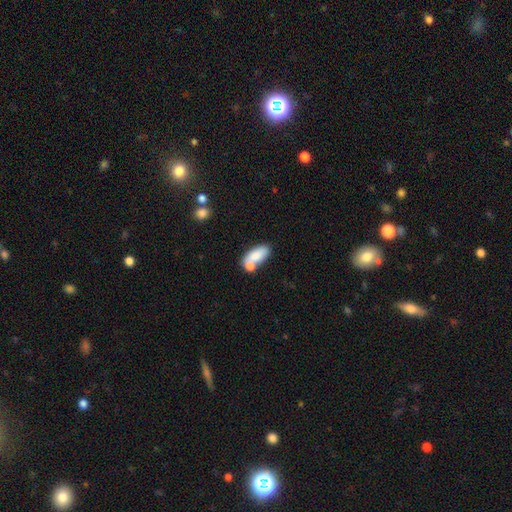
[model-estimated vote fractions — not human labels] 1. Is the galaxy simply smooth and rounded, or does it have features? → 79% smooth, 14% featured or disk, 7% star or artifact.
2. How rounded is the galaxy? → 87% in between, 10% cigar-shaped, 4% round.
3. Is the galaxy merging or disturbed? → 42% none, 38% merger, 14% minor disturbance, 6% major disturbance.